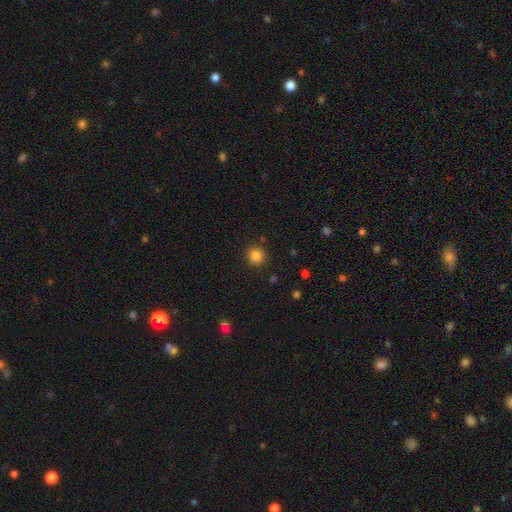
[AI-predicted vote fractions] Morphology: type=smooth (84%); roundness=round (92%); merging=none (88%).